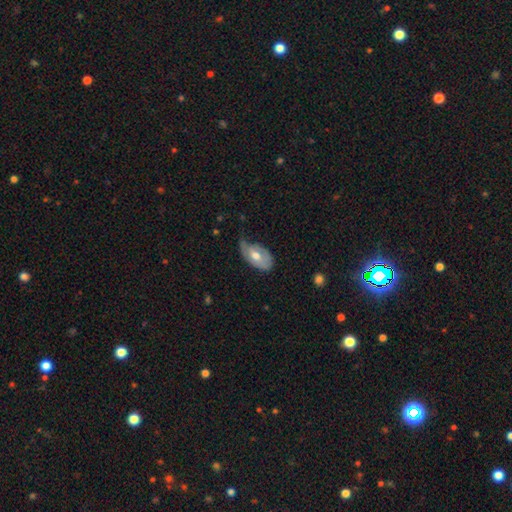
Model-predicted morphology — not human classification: Smooth or featured? smooth (51%)
How rounded? in between (91%)
Merging? minor disturbance (43%)